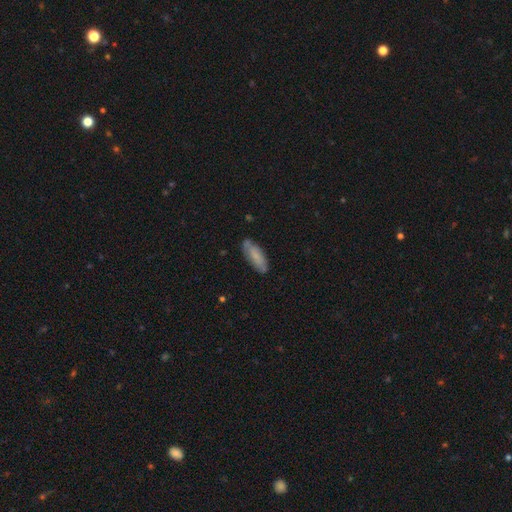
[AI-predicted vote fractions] Morphology: type=smooth (67%); roundness=in between (65%); merging=none (75%).